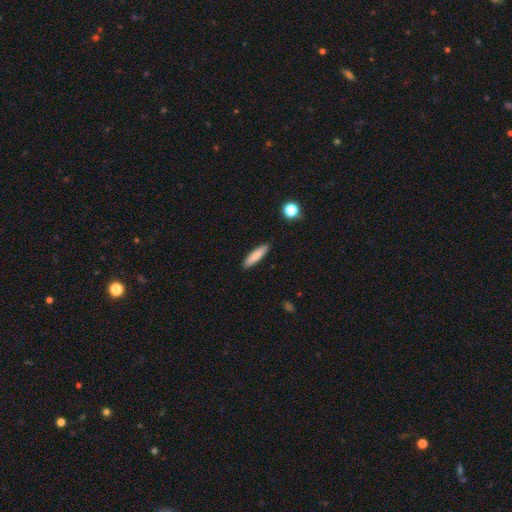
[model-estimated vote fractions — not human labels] Q: Smooth or featured?
A: smooth (84%); runner-up: featured or disk (10%)
Q: How rounded?
A: cigar-shaped (76%); runner-up: in between (23%)
Q: Merging?
A: none (89%); runner-up: minor disturbance (8%)